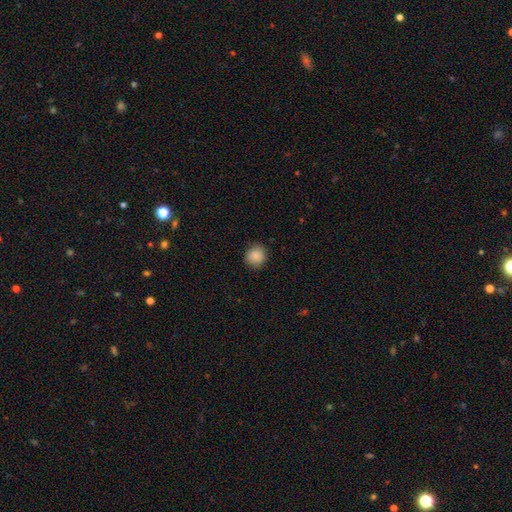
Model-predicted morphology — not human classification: smooth 88%, star or artifact 8%, featured or disk 4%. Down the decision tree: how rounded — round (85%); merging — none (84%).